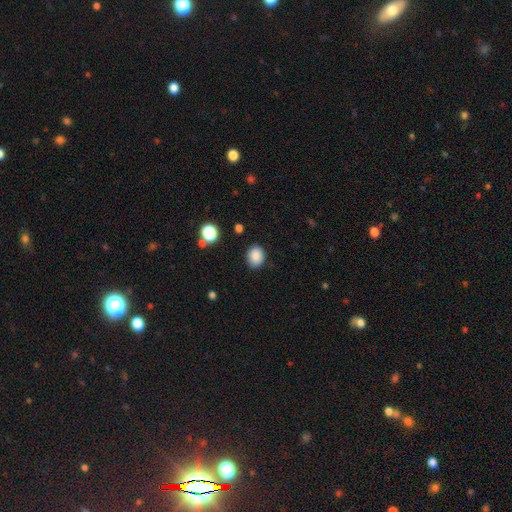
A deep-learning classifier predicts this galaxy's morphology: This is clearly a smooth galaxy (86%). How rounded: possibly round (58%). Merging: clearly none (86%).